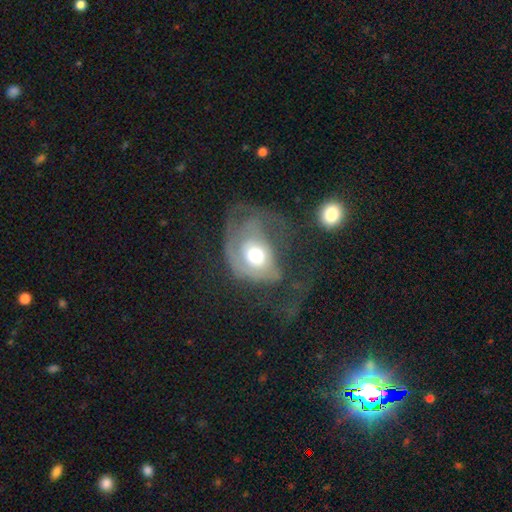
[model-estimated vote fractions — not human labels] This appears to be a featured or disk galaxy (54%) with no bar (83%), no spiral arms (54%) and a moderate central bulge (61%). Merging: major disturbance (58%).